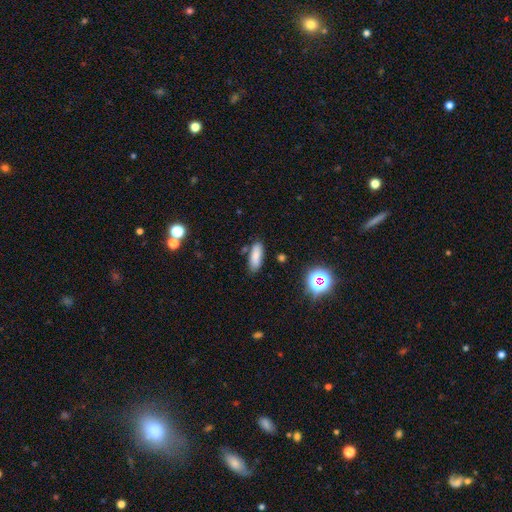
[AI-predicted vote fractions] Morphology: type=smooth (81%); roundness=in between (68%); merging=none (81%).